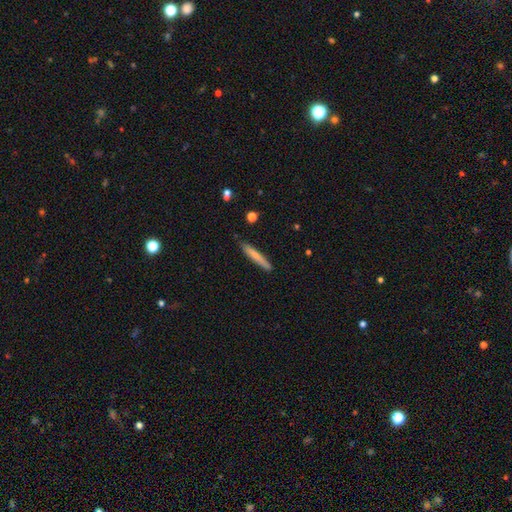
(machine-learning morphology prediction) Smooth or featured: smooth — 72% (featured or disk — 22%)
How rounded: cigar-shaped — 95% (in between — 4%)
Merging: none — 88% (minor disturbance — 9%)